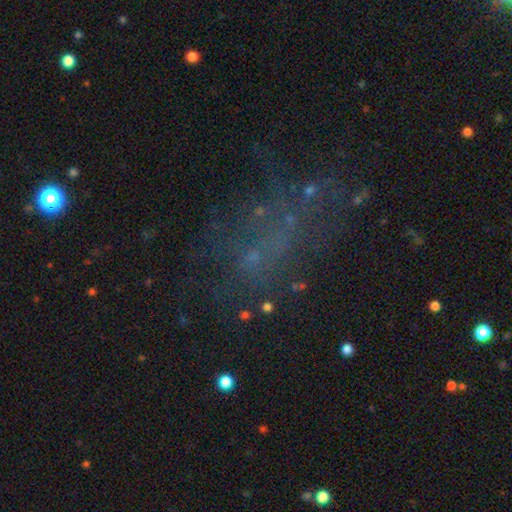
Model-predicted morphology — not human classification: The model was most divided on "smooth or featured": star or artifact: 38%, featured or disk: 34%, smooth: 27%.